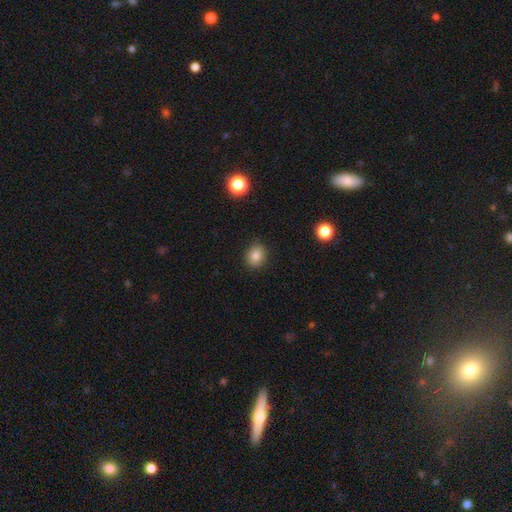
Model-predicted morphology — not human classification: This appears to be a smooth galaxy with no disk features (82%) that is round (67%). Merging: none (88%).